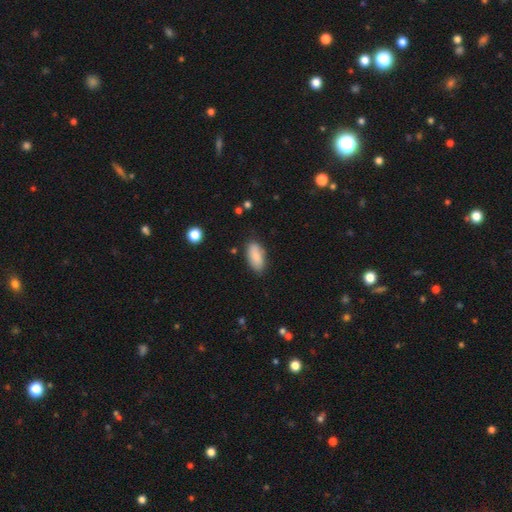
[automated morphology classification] A smooth galaxy with no disk features (86%) that is in between round and cigar-shaped (90%).

Vote fractions:
- Smooth or featured? smooth: 86% / featured or disk: 7% / star or artifact: 7%
- How rounded? in between: 90% / cigar-shaped: 8% / round: 2%
- Merging? none: 80% / minor disturbance: 15% / major disturbance: 3% / merger: 2%